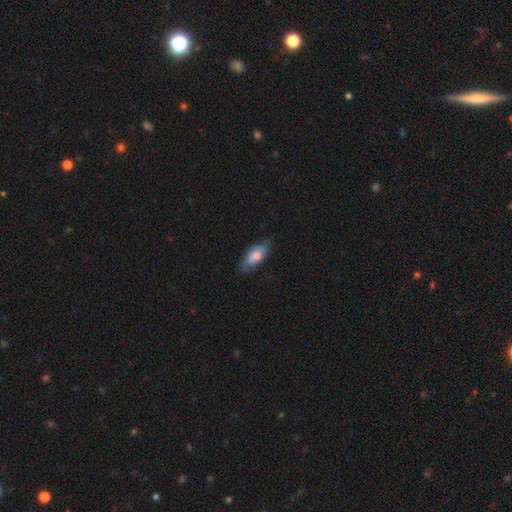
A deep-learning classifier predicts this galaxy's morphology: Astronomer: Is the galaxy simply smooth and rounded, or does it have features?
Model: smooth — 67%.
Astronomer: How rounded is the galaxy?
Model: in between — 83%.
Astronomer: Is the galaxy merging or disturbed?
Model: none — 69%.